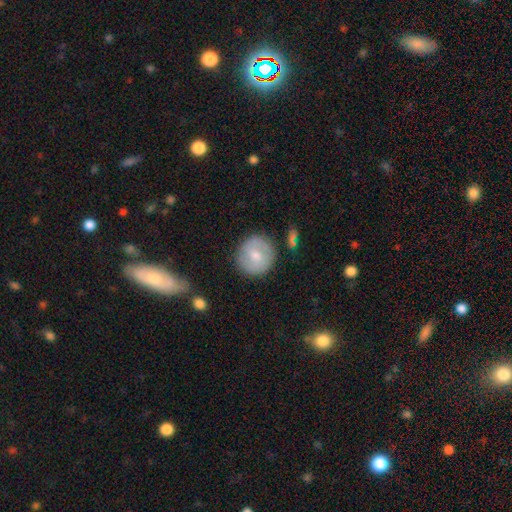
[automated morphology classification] smooth 64%, featured or disk 30%, star or artifact 6%. Down the decision tree: how rounded — round (92%); merging — none (84%).